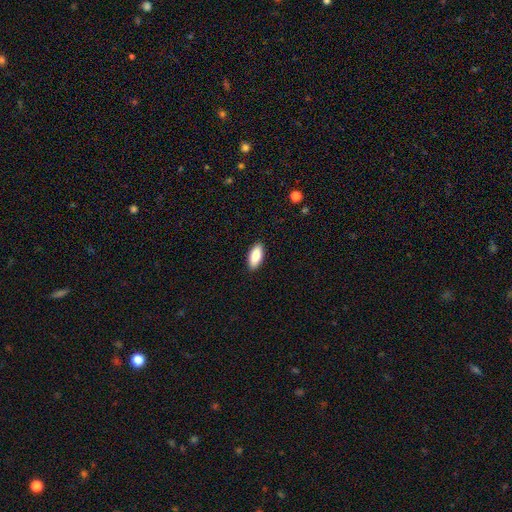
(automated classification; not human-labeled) This is clearly a smooth galaxy (87%). How rounded: clearly in between (87%). Merging: clearly none (90%).